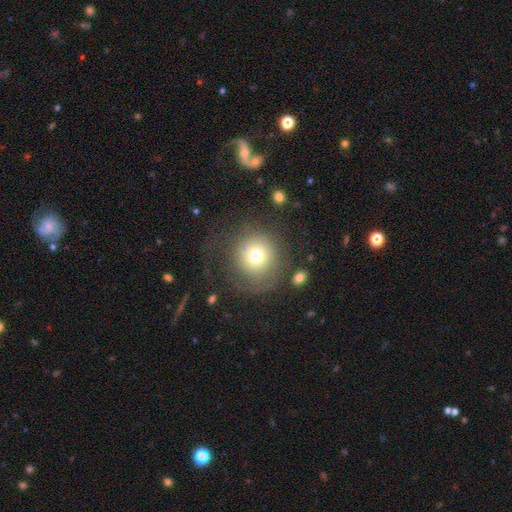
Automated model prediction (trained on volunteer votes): A smooth galaxy with no disk features (71%) that is round (91%).

Vote fractions:
- Smooth or featured? smooth: 71% / featured or disk: 18% / star or artifact: 11%
- How rounded? round: 91% / in between: 8% / cigar-shaped: 1%
- Merging? none: 61% / major disturbance: 21% / minor disturbance: 16% / merger: 3%